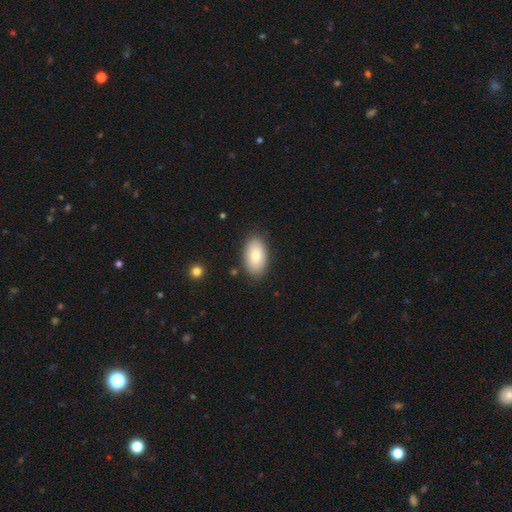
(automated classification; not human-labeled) This appears to be a smooth galaxy with no disk features (81%) that is in between round and cigar-shaped (94%). Merging: none (86%).